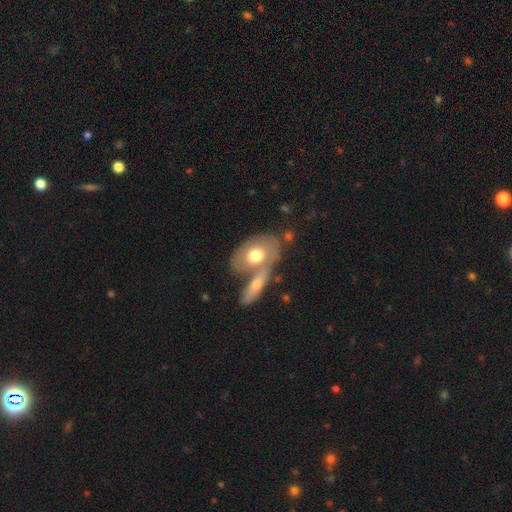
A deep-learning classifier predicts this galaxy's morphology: Overall: smooth (58%; featured or disk 36%). How rounded: in between (86%). Merging: merger (46%; none 38%).